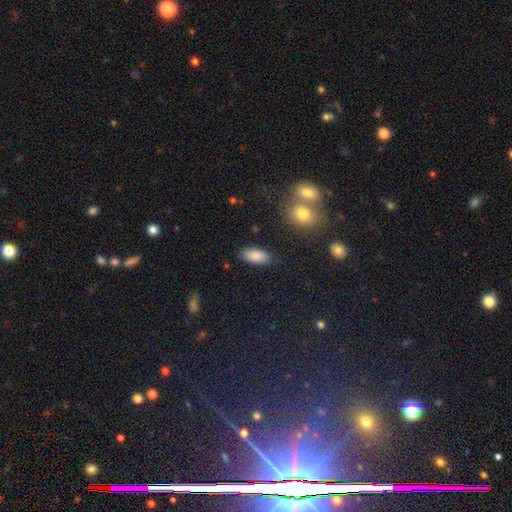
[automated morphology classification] smooth_or_featured: smooth (p=0.86) [alt: star or artifact p=0.07]
how_rounded: in between (p=0.87) [alt: cigar-shaped p=0.10]
merging: none (p=0.85) [alt: minor disturbance p=0.10]